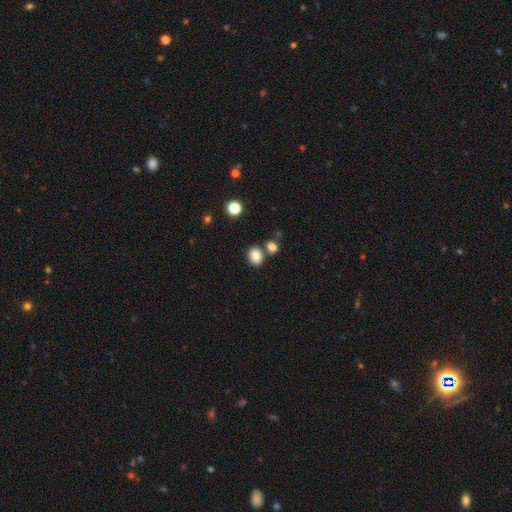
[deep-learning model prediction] Overall: smooth (82%). How rounded: round (50%; in between 49%). Merging: none (70%).